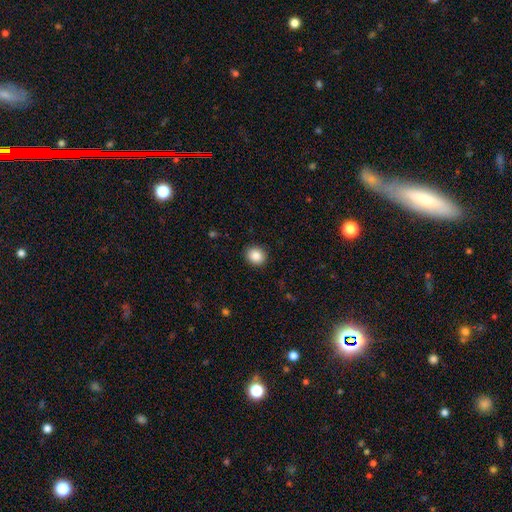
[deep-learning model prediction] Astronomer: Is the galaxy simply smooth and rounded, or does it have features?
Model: smooth — 86%.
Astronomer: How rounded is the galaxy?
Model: round — 77%.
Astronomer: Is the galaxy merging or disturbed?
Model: none — 91%.